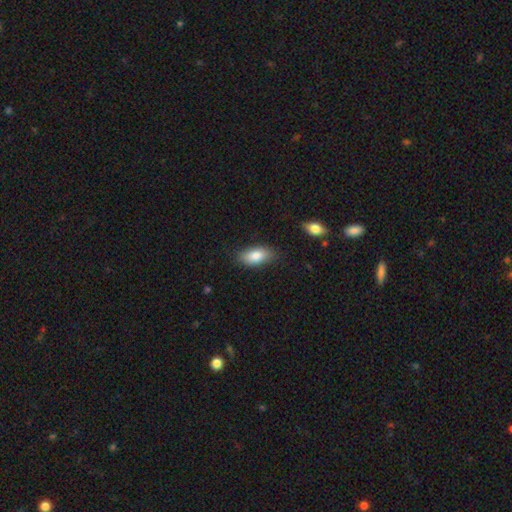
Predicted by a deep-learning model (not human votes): A smooth galaxy with no disk features (84%) that is in between round and cigar-shaped (89%). Merging: none (81%).